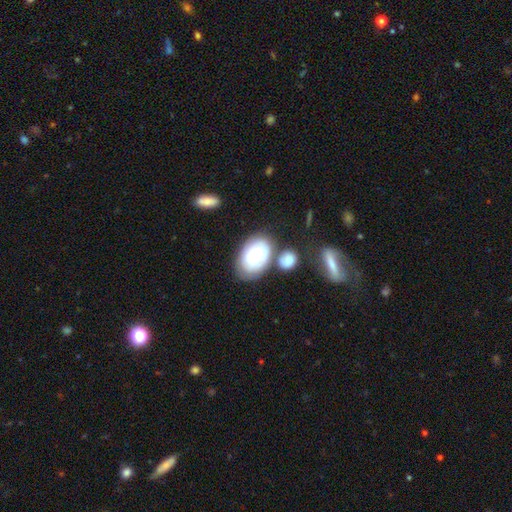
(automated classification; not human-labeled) A smooth galaxy with no disk features (52%) that is in between round and cigar-shaped (85%).

Vote fractions:
- Smooth or featured? smooth: 52% / featured or disk: 40% / star or artifact: 8%
- How rounded? in between: 85% / round: 14% / cigar-shaped: 1%
- Merging? none: 57% / minor disturbance: 19% / merger: 18% / major disturbance: 7%